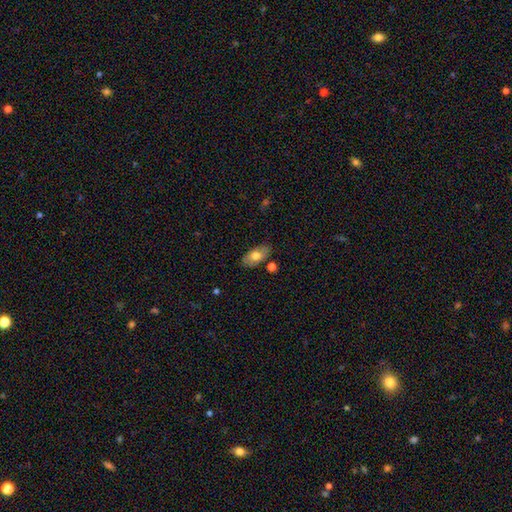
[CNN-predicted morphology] smooth 66%, featured or disk 28%, star or artifact 7%. Down the decision tree: how rounded — in between (91%); merging — none (80%).